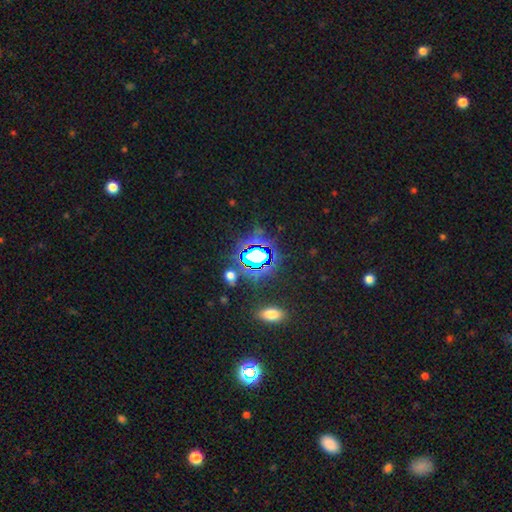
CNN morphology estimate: star or artifact 73%, smooth 16%, featured or disk 11%.